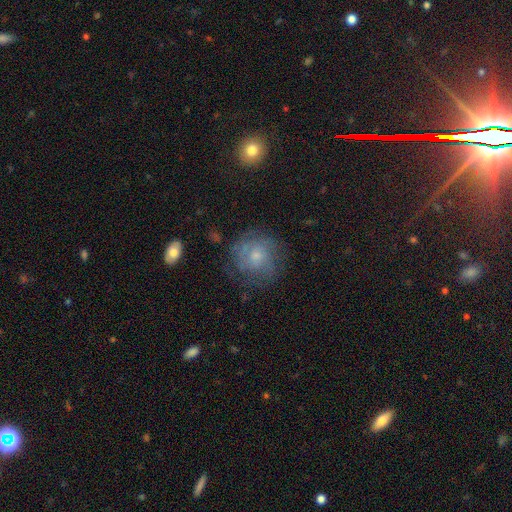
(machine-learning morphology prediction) smooth-or-featured: smooth: 47% | featured or disk: 43% | star or artifact: 10%
  merging: none: 65% | minor disturbance: 21% | major disturbance: 12% | merger: 2%